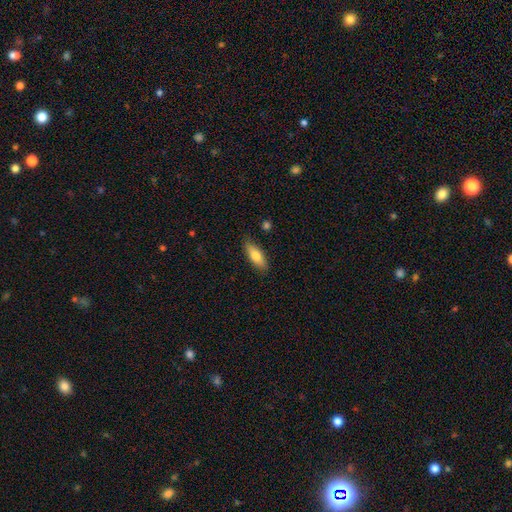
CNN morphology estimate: A smooth galaxy with no disk features (74%) that is in between round and cigar-shaped (63%). Merging: none (85%).